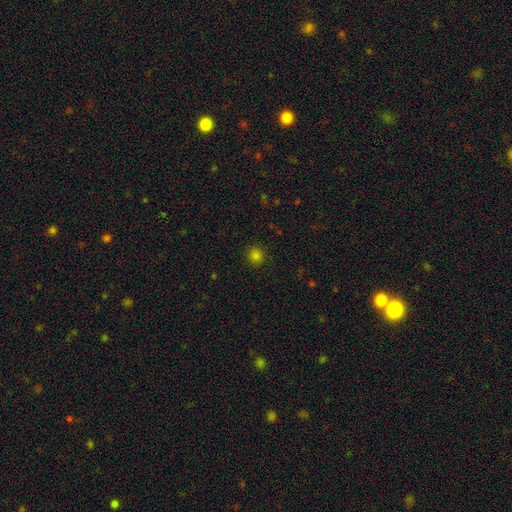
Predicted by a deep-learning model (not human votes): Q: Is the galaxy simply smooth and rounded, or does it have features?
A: smooth — 81%.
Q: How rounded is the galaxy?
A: round — 92%.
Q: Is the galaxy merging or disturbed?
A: none — 91%.